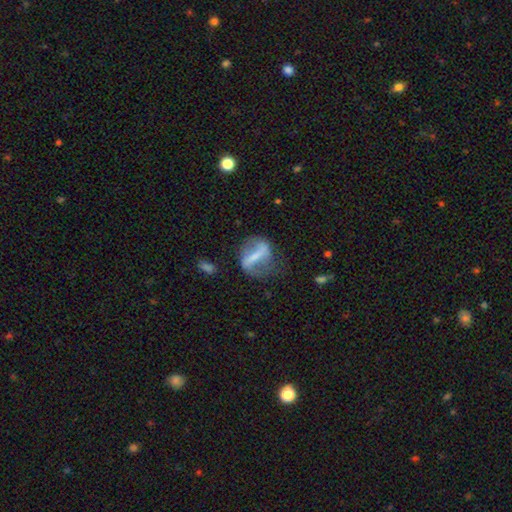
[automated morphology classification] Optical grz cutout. It shows a featured or disk galaxy (64%) with a strong bar (73%), no spiral arms (54%) and no central bulge (37%). Merging: none (58%).